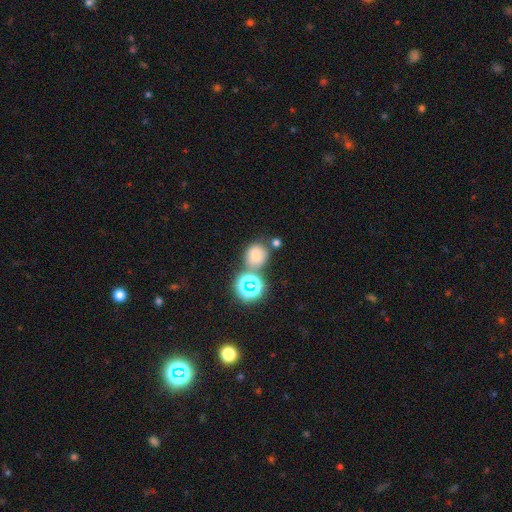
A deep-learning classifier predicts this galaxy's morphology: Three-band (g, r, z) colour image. It shows a smooth galaxy with no disk features (65%) that is round (76%). Merging: none (58%).